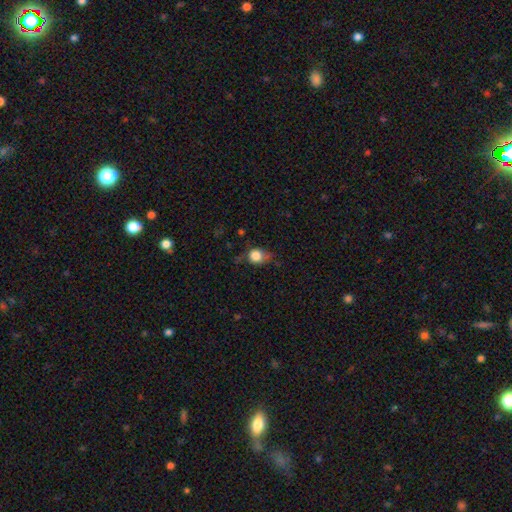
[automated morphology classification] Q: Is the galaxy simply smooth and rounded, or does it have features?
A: smooth — 77%.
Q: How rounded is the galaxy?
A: round — 72%.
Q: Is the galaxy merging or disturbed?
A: none — 52%.